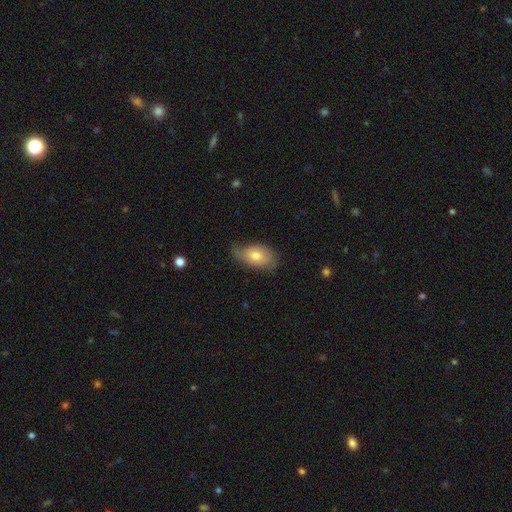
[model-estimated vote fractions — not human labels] smooth 62%, featured or disk 31%, star or artifact 7%. Down the decision tree: how rounded — in between (90%); merging — none (52%).